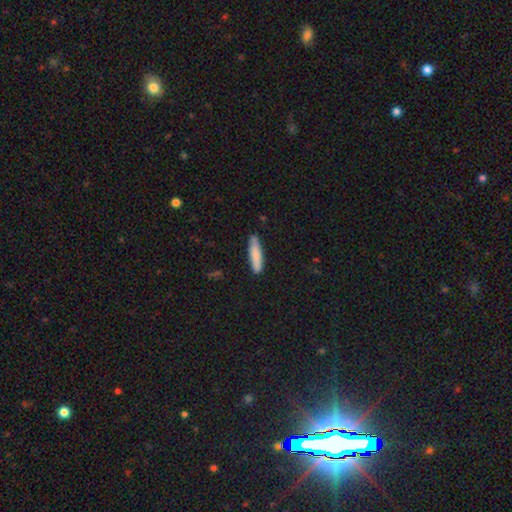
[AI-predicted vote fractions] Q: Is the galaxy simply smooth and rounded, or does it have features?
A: smooth — 82%.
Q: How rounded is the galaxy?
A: cigar-shaped — 83%.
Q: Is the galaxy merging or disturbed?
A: none — 85%.